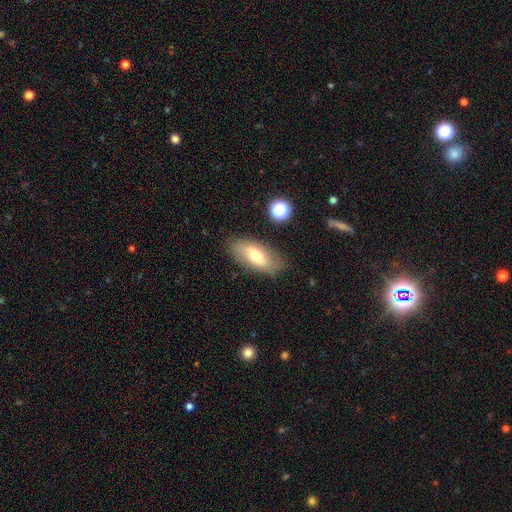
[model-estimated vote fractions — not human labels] This is likely a smooth galaxy (63%). How rounded: clearly in between (88%). Merging: clearly none (82%).